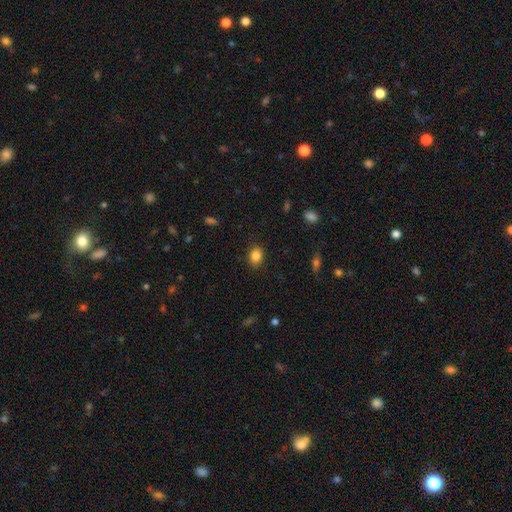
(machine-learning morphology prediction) A smooth galaxy with no disk features (85%) that is in between round and cigar-shaped (61%).

Vote fractions:
- Smooth or featured? smooth: 85% / star or artifact: 10% / featured or disk: 5%
- How rounded? in between: 61% / round: 38% / cigar-shaped: 1%
- Merging? none: 86% / minor disturbance: 10% / major disturbance: 3% / merger: 1%